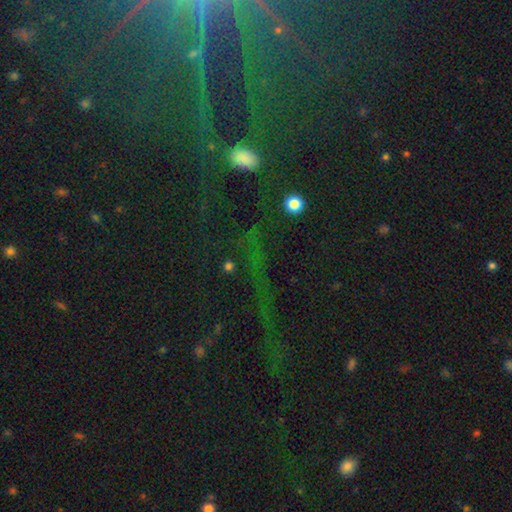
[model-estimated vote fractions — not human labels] Overall: star or artifact (58%; smooth 28%).